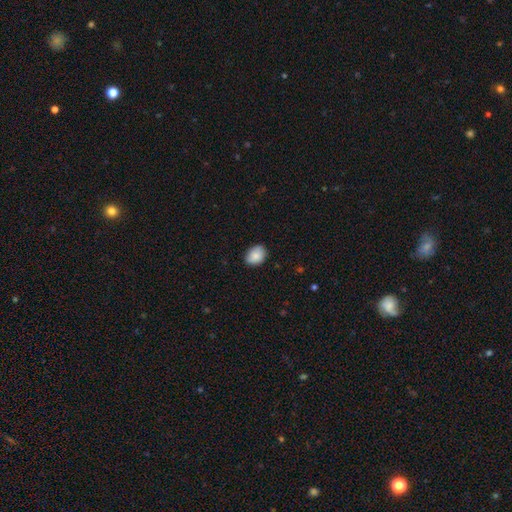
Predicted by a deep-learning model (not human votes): smooth_or_featured: smooth (p=0.86) [alt: star or artifact p=0.07]
how_rounded: in between (p=0.68) [alt: round p=0.31]
merging: none (p=0.82) [alt: minor disturbance p=0.14]